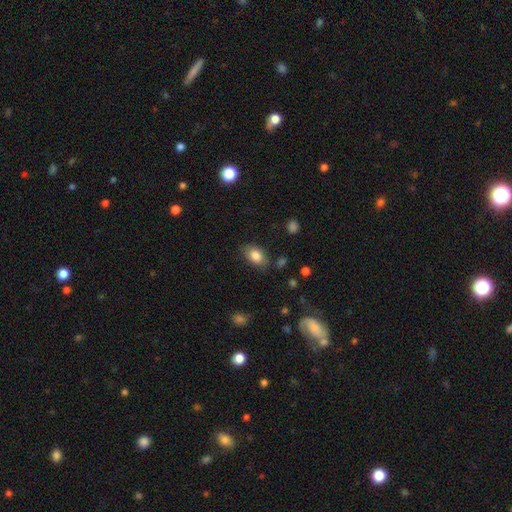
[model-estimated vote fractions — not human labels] A smooth galaxy with no disk features (83%) that is in between round and cigar-shaped (88%).

Vote fractions:
- Smooth or featured? smooth: 83% / featured or disk: 9% / star or artifact: 8%
- How rounded? in between: 88% / round: 10% / cigar-shaped: 2%
- Merging? none: 78% / minor disturbance: 16% / major disturbance: 4% / merger: 2%